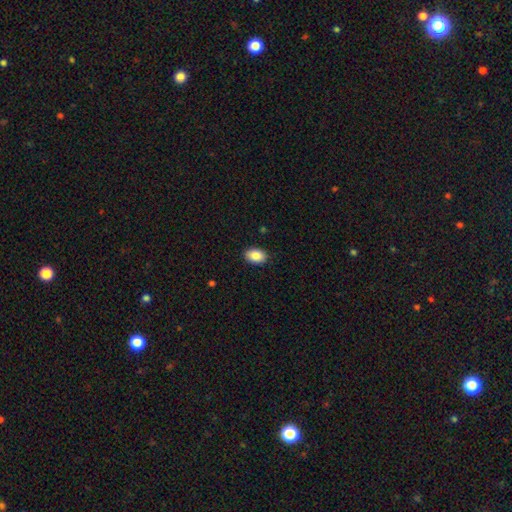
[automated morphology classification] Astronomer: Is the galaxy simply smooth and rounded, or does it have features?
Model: smooth — 88%.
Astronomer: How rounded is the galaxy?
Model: in between — 87%.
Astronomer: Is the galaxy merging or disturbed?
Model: none — 90%.